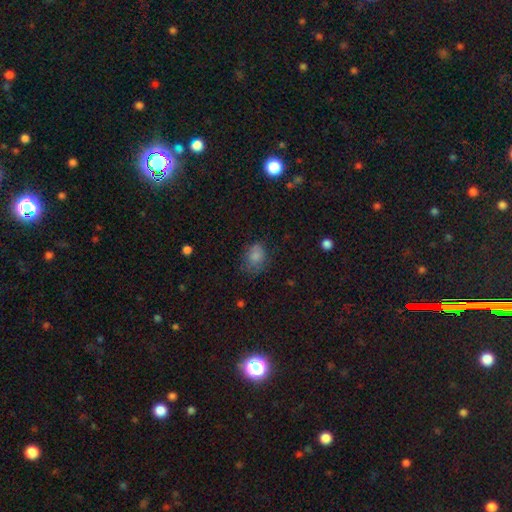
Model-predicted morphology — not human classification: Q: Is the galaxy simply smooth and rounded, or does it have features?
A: smooth — 79%.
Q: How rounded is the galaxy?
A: in between — 56%.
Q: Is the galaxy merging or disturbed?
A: none — 62%.